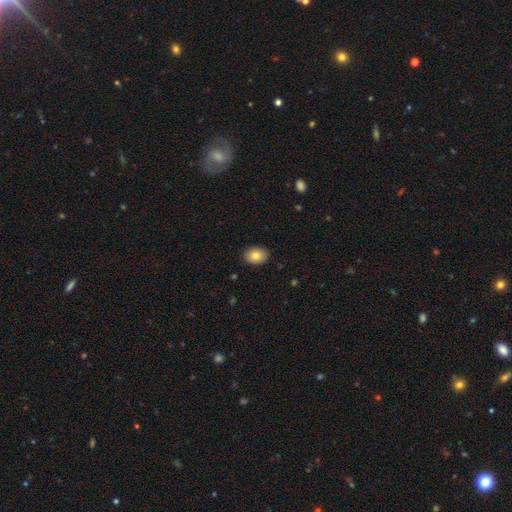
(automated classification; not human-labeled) smooth_or_featured: smooth (p=0.82) [alt: featured or disk p=0.10]
how_rounded: in between (p=0.74) [alt: round p=0.25]
merging: none (p=0.89) [alt: minor disturbance p=0.08]